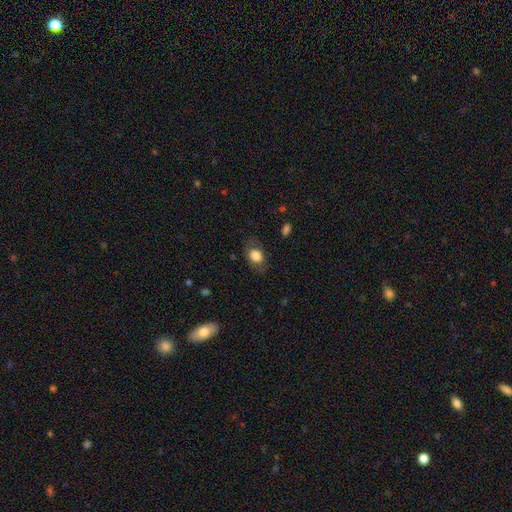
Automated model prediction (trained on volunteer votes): Morphology: type=smooth (77%); roundness=in between (68%); merging=none (75%).